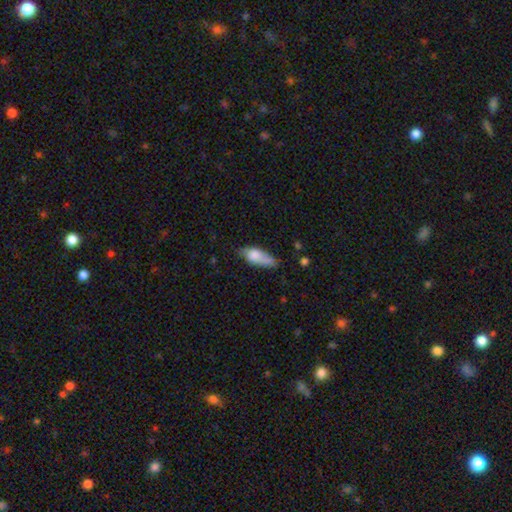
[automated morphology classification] Smooth or featured? smooth (73%)
How rounded? in between (74%)
Merging? none (44%)